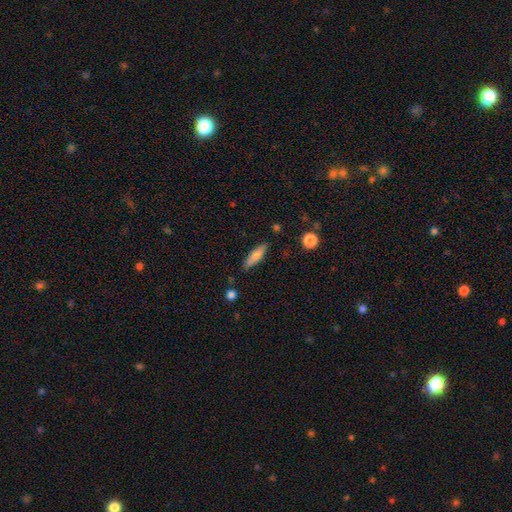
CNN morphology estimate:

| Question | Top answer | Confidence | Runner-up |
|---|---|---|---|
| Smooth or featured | smooth | 72% | featured or disk (21%) |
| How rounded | cigar-shaped | 69% | in between (29%) |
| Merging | none | 85% | minor disturbance (11%) |